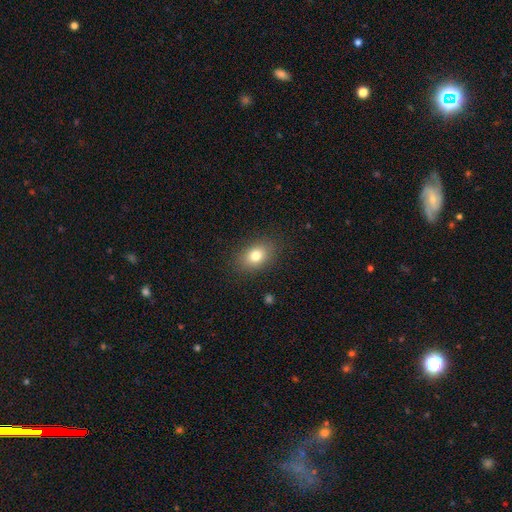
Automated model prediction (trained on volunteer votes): Smooth or featured?
  - smooth: 79% *
  - featured or disk: 11%
  - star or artifact: 10%
How rounded?
  - in between: 77% *
  - round: 22%
  - cigar-shaped: 1%
Merging?
  - none: 86% *
  - minor disturbance: 10%
  - major disturbance: 3%
  - merger: 1%